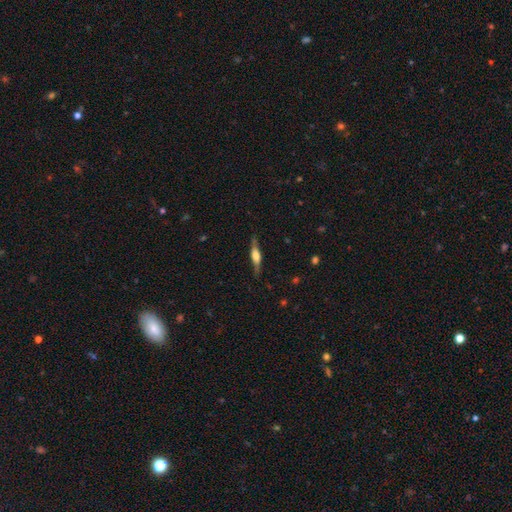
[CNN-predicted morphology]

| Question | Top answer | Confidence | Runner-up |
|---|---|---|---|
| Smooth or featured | featured or disk | 58% | smooth (35%) |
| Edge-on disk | yes | 90% | no (10%) |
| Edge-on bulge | rounded | 68% | boxy (26%) |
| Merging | none | 76% | minor disturbance (18%) |